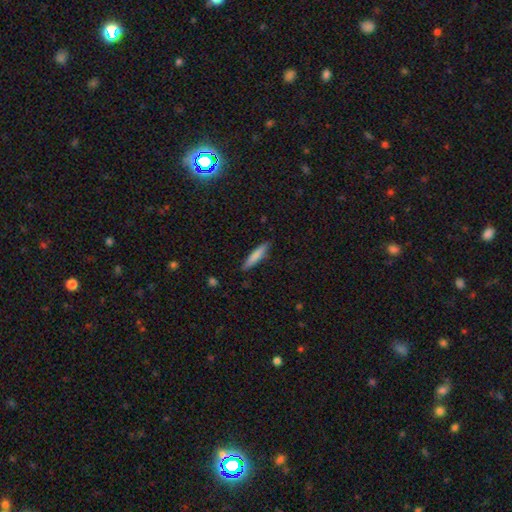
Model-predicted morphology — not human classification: This appears to be a smooth galaxy with no disk features (77%) that is cigar-shaped (89%). Merging: none (86%).